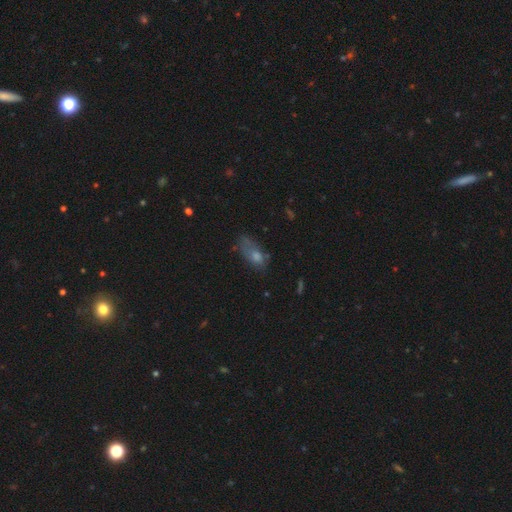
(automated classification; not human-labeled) The model was most divided on "merging": none: 42%, minor disturbance: 30%, major disturbance: 24%, merger: 5%. More confident: how rounded — in between (78%); smooth or featured — smooth (59%).